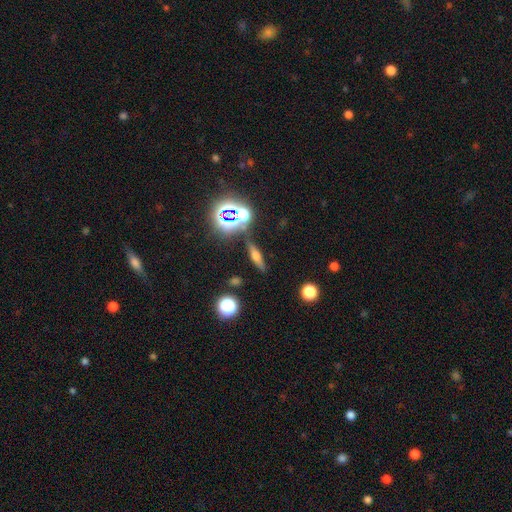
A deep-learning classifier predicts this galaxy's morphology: Smooth or featured? Predicted: featured or disk (p=0.43). Merging? Predicted: none (p=0.83).